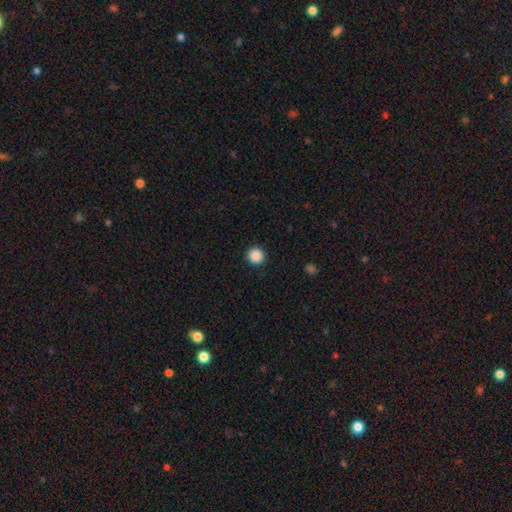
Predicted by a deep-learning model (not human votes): Smooth or featured: smooth — 88% (star or artifact — 10%)
How rounded: round — 95% (in between — 4%)
Merging: none — 93% (minor disturbance — 4%)